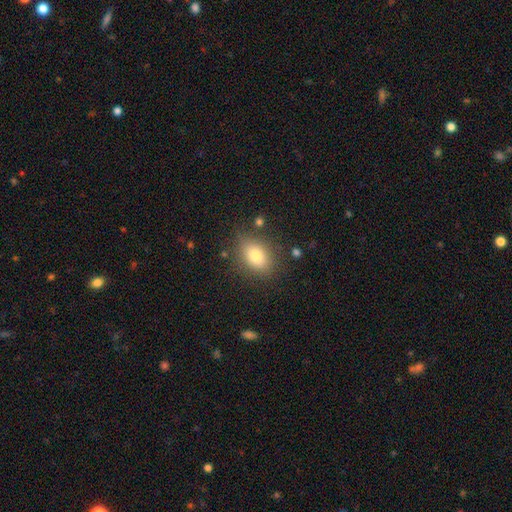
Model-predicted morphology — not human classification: smooth 78%, featured or disk 12%, star or artifact 10%. Down the decision tree: how rounded — in between (75%); merging — none (80%).